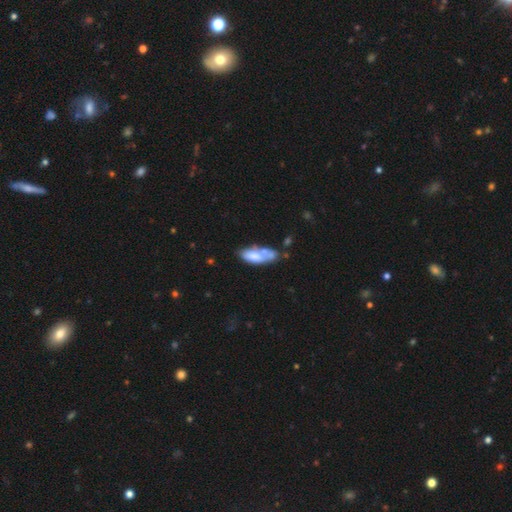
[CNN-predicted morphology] Smooth or featured? smooth (60%)
How rounded? in between (78%)
Merging? none (36%)